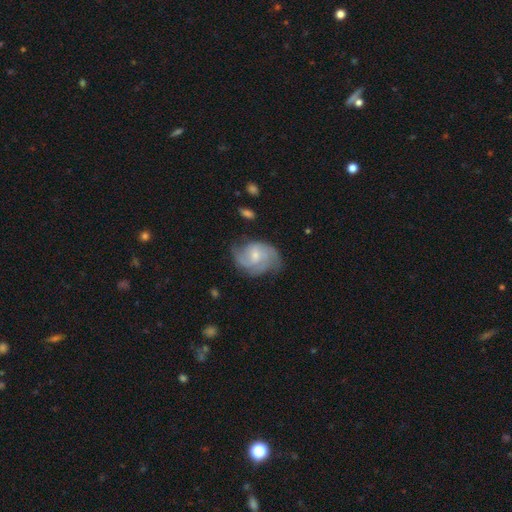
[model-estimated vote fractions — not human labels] A featured or disk galaxy (78%) with no bar (52%), 2 (43%) medium (47%) spiral arms (93%) and a small central bulge (56%).

Vote fractions:
- Smooth or featured? featured or disk: 78% / smooth: 17% / star or artifact: 6%
- Edge-on disk? no: 98% / yes: 2%
- Bar? no: 52% / weak: 42% / strong: 6%
- Spiral arms? yes: 93% / no: 7%
- Spiral winding? medium: 47% / tight: 36% / loose: 18%
- Spiral arm count? 2: 43% / 3: 24% / can't tell: 20% / 4: 5% / 1: 4% / more than 4: 4%
- Bulge size? small: 56% / moderate: 38% / none: 3% / large: 2% / dominant: 1%
- Merging? none: 61% / minor disturbance: 26% / major disturbance: 12% / merger: 2%